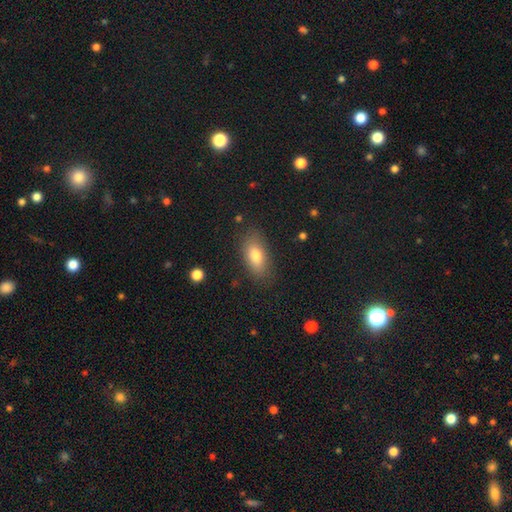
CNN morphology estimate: Smooth or featured? Predicted: smooth (p=0.77). How rounded? Predicted: in between (p=0.85). Merging? Predicted: none (p=0.83).